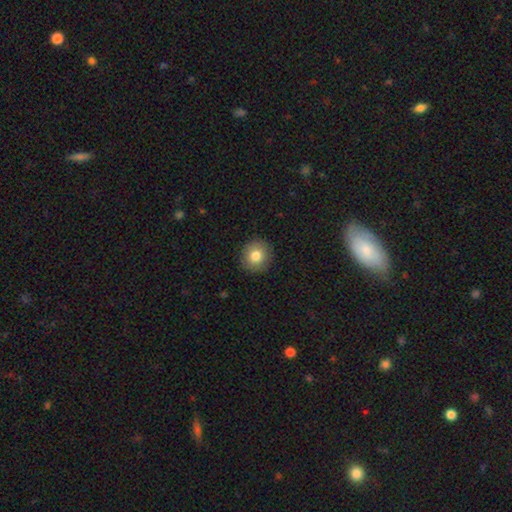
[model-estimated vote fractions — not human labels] A smooth galaxy with no disk features (81%) that is round (91%). Merging: none (90%).